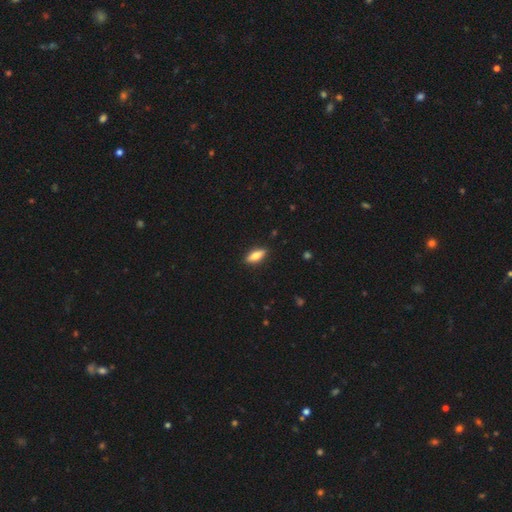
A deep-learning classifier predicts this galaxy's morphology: The model was most divided on "how rounded": in between: 64%, cigar-shaped: 33%, round: 3%. More confident: merging — none (88%); smooth or featured — smooth (66%).